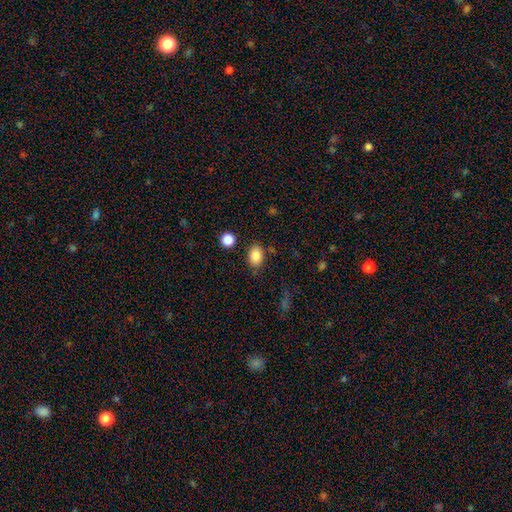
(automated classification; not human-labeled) Smooth or featured? smooth (87%)
How rounded? in between (80%)
Merging? none (78%)